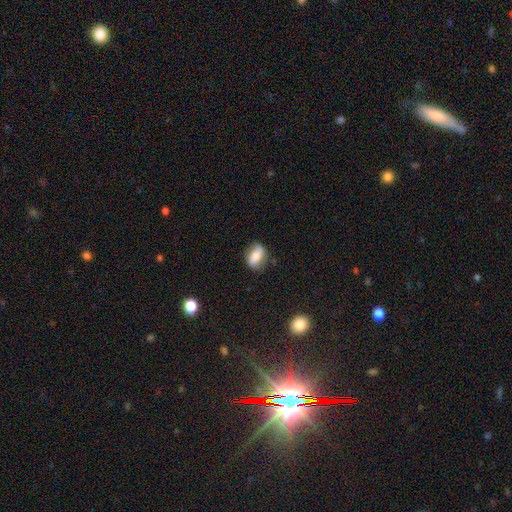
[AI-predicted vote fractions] smooth-or-featured: smooth: 68% | featured or disk: 23% | star or artifact: 8%
  how-rounded: in between: 79% | round: 17% | cigar-shaped: 4%
  merging: none: 71% | minor disturbance: 21% | major disturbance: 6% | merger: 2%